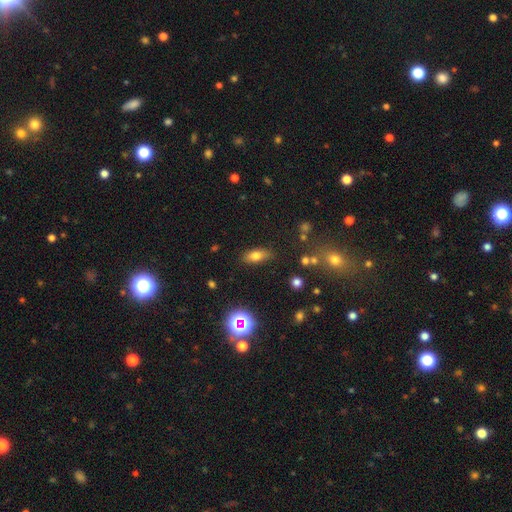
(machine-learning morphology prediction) The model was most divided on "smooth or featured": smooth: 74%, featured or disk: 13%, star or artifact: 13%. More confident: merging — none (81%); how rounded — in between (78%).